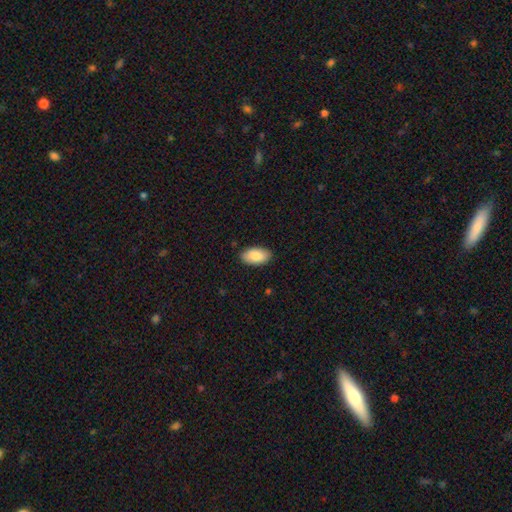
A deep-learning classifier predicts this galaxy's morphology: Smooth or featured?
  - smooth: 87% *
  - featured or disk: 7%
  - star or artifact: 6%
How rounded?
  - in between: 95% *
  - round: 3%
  - cigar-shaped: 2%
Merging?
  - none: 87% *
  - minor disturbance: 10%
  - major disturbance: 2%
  - merger: 1%